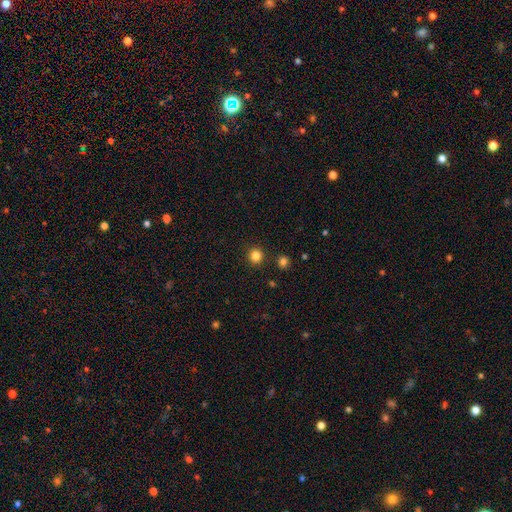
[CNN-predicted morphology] Smooth or featured? smooth (83%)
How rounded? round (93%)
Merging? none (90%)